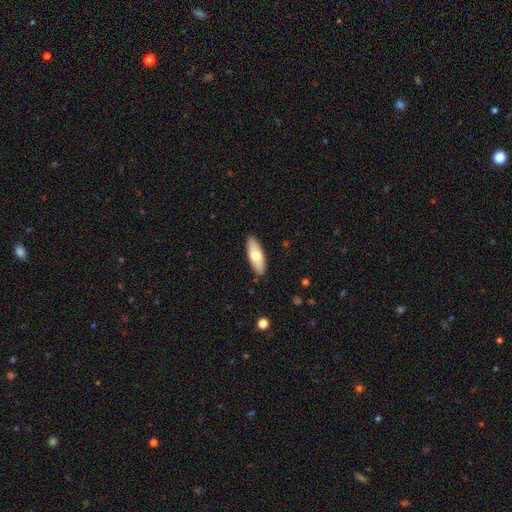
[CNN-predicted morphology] This is likely a smooth galaxy (70%). How rounded: likely in between (72%). Merging: clearly none (88%).